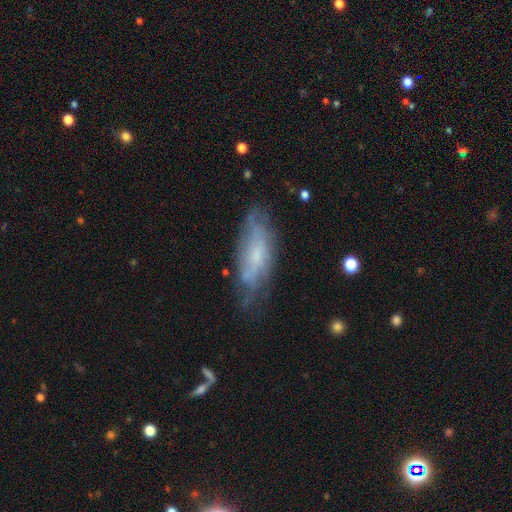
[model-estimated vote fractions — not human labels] Smooth or featured? featured or disk (54%)
Edge-on disk? no (76%)
Merging? none (60%)